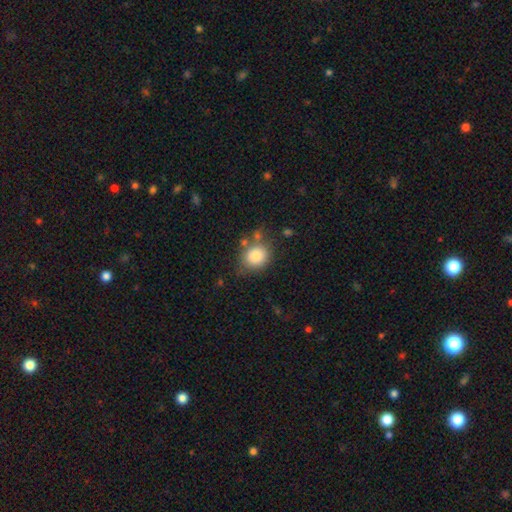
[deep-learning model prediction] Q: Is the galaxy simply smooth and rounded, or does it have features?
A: smooth — 83%.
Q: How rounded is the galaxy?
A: round — 74%.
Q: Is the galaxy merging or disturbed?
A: none — 69%.